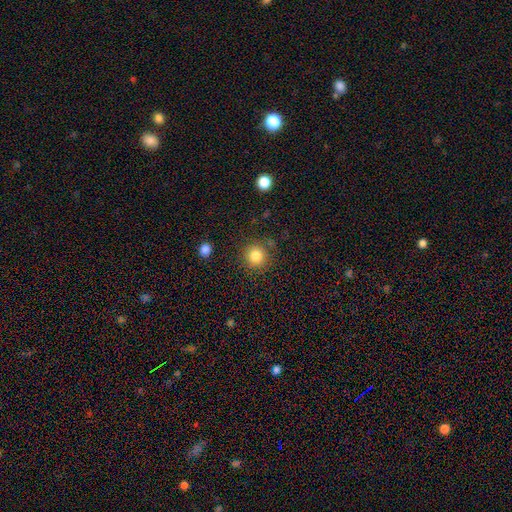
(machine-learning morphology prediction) Smooth or featured: smooth — 83% (star or artifact — 11%)
How rounded: round — 92% (in between — 7%)
Merging: none — 84% (minor disturbance — 9%)